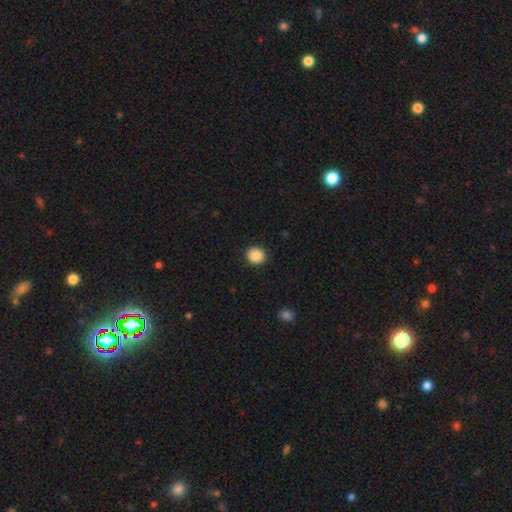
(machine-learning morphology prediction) Q: Smooth or featured?
A: smooth (88%); runner-up: star or artifact (9%)
Q: How rounded?
A: round (90%); runner-up: in between (9%)
Q: Merging?
A: none (92%); runner-up: minor disturbance (6%)